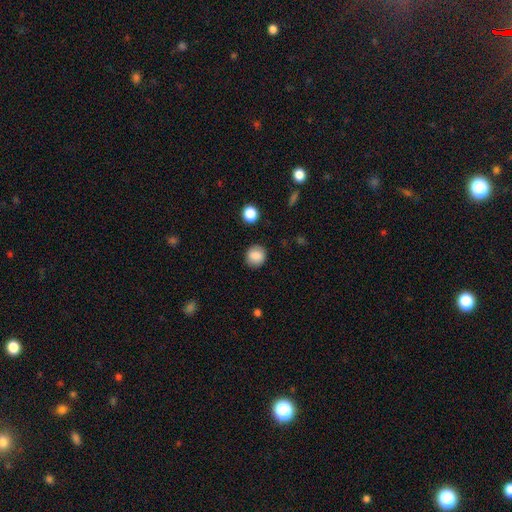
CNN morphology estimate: smooth-or-featured: smooth: 86% | star or artifact: 9% | featured or disk: 4%
  how-rounded: round: 87% | in between: 12% | cigar-shaped: 1%
  merging: none: 88% | minor disturbance: 8% | major disturbance: 3% | merger: 1%